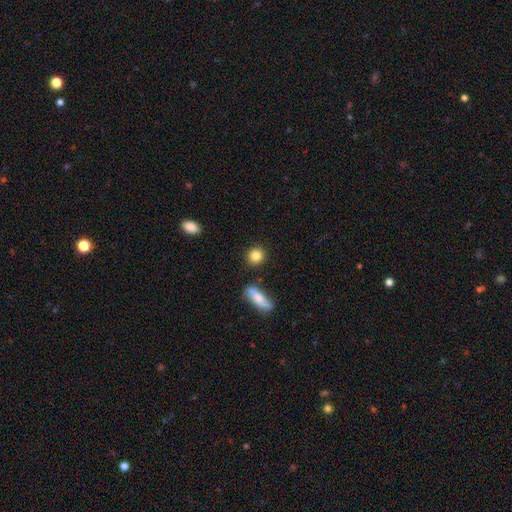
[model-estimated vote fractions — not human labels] Smooth or featured: smooth — 85% (star or artifact — 8%)
How rounded: round — 83% (in between — 15%)
Merging: none — 86% (minor disturbance — 7%)